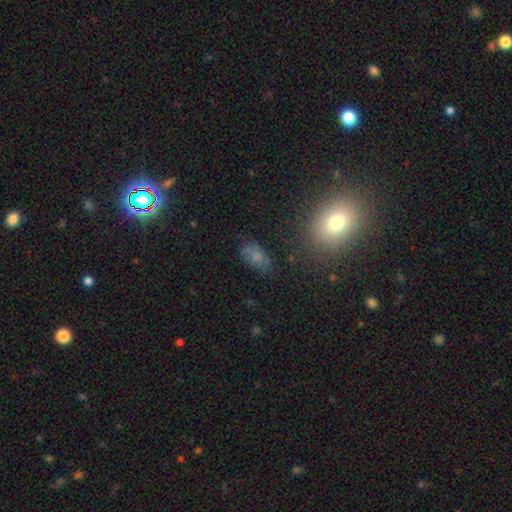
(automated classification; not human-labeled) Smooth or featured? smooth (64%)
How rounded? in between (88%)
Merging? none (62%)